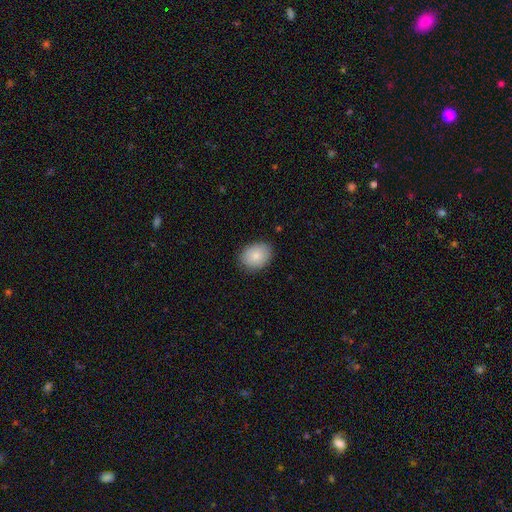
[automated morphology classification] This is clearly a smooth galaxy (85%). How rounded: likely in between (61%). Merging: clearly none (85%).